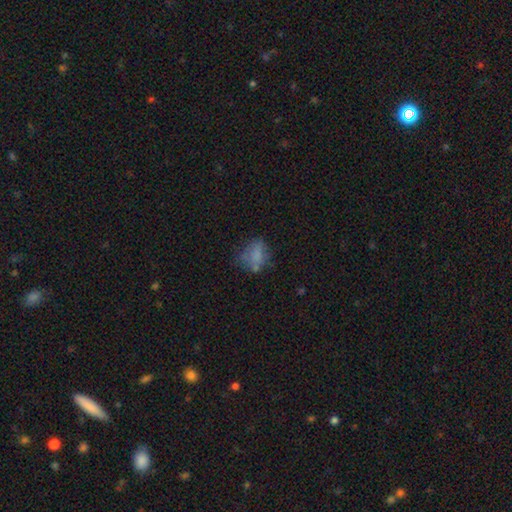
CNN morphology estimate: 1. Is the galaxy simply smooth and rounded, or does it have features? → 63% smooth, 24% featured or disk, 13% star or artifact.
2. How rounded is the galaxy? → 62% in between, 35% round, 2% cigar-shaped.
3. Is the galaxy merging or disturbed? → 46% none, 26% minor disturbance, 20% major disturbance, 8% merger.